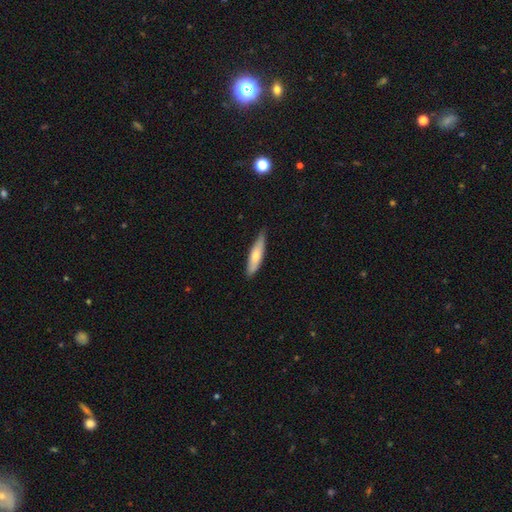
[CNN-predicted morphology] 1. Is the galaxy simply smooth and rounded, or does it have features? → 67% smooth, 28% featured or disk, 5% star or artifact.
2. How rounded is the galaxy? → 73% cigar-shaped, 26% in between, 2% round.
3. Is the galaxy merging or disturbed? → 76% none, 20% minor disturbance, 2% major disturbance, 1% merger.